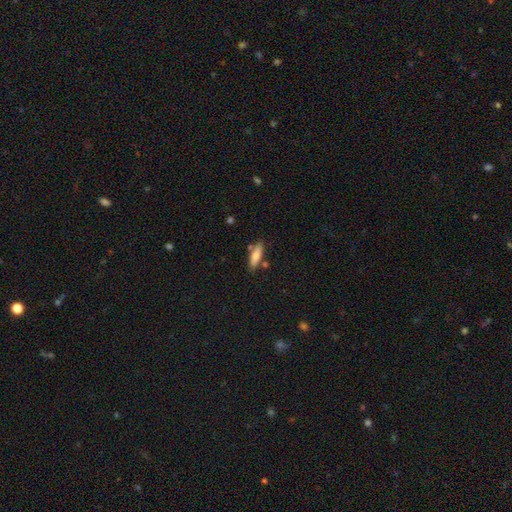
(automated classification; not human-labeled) A smooth galaxy with no disk features (76%) that is cigar-shaped (53%). Merging: none (74%).